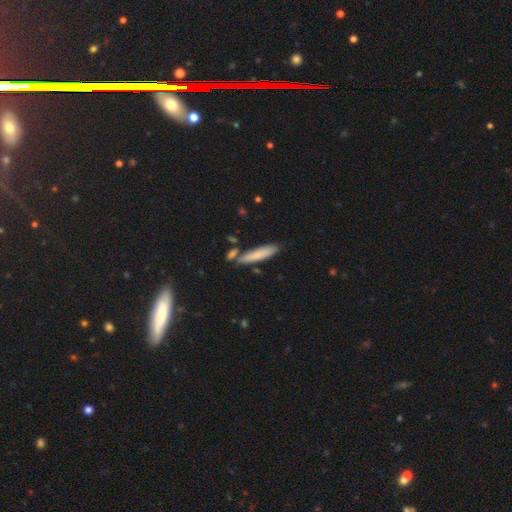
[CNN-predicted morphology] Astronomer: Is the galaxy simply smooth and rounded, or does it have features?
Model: smooth — 75%.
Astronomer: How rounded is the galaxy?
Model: cigar-shaped — 83%.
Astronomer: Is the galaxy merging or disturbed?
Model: none — 74%.